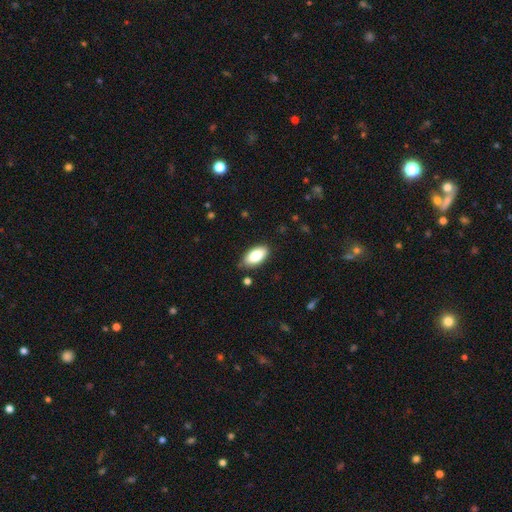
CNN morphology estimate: Q: Smooth or featured?
A: smooth (82%); runner-up: featured or disk (11%)
Q: How rounded?
A: in between (93%); runner-up: cigar-shaped (5%)
Q: Merging?
A: none (83%); runner-up: minor disturbance (13%)